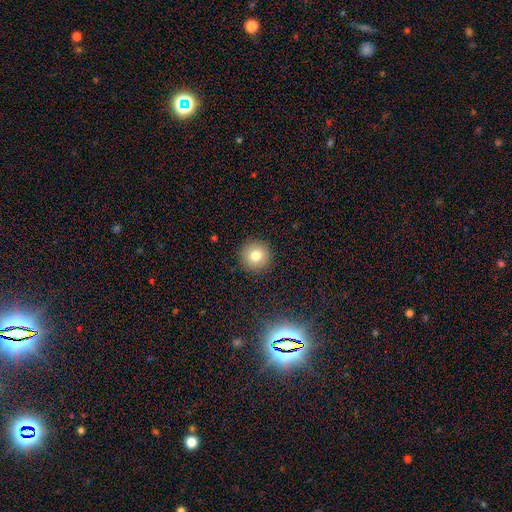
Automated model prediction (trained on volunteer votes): Smooth or featured: smooth — 79% (star or artifact — 12%)
How rounded: round — 95% (in between — 4%)
Merging: none — 91% (minor disturbance — 6%)